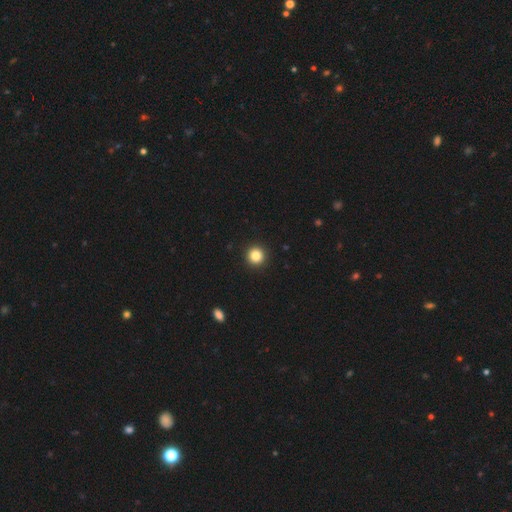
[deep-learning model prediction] A smooth galaxy with no disk features (84%) that is round (96%).

Vote fractions:
- Smooth or featured? smooth: 84% / star or artifact: 11% / featured or disk: 5%
- How rounded? round: 96% / in between: 3% / cigar-shaped: 1%
- Merging? none: 94% / minor disturbance: 4% / major disturbance: 1% / merger: 1%